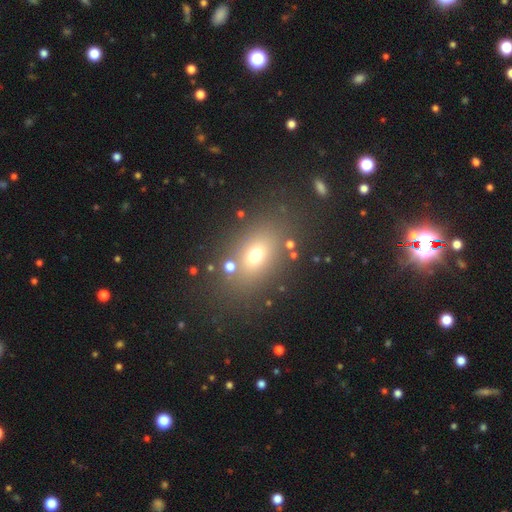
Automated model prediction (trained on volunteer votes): This is likely a smooth galaxy (65%). How rounded: likely in between (72%). Merging: likely none (79%).